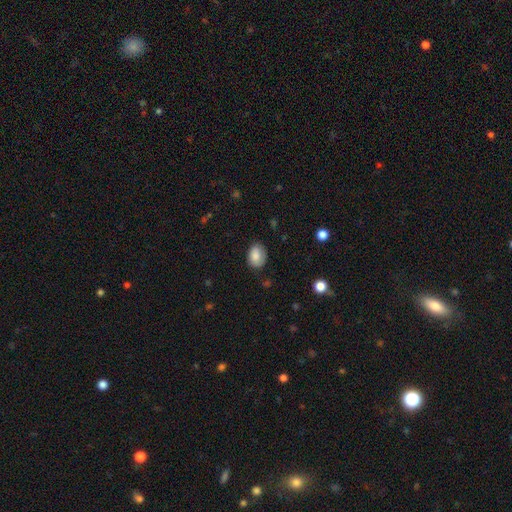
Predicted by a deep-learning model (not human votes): Smooth or featured? Predicted: smooth (p=0.84). How rounded? Predicted: in between (p=0.75). Merging? Predicted: none (p=0.77).